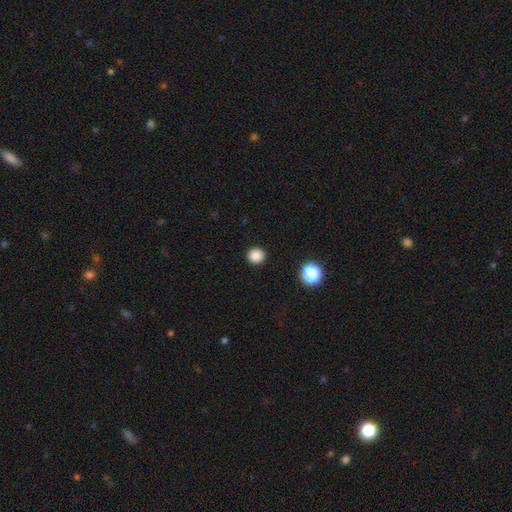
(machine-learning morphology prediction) This appears to be a smooth galaxy with no disk features (86%) that is round (92%). Merging: none (93%).